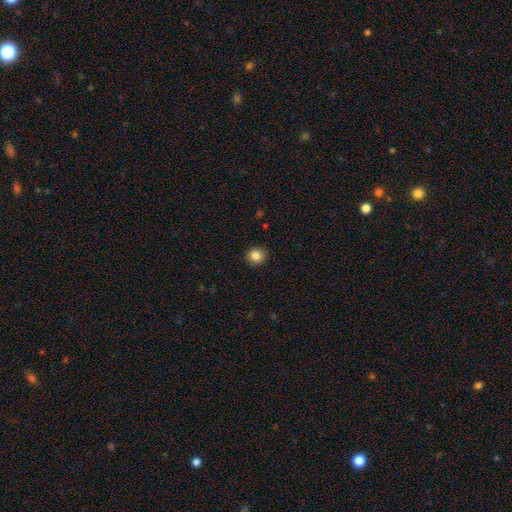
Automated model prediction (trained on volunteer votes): smooth_or_featured: smooth (p=0.85) [alt: star or artifact p=0.10]
how_rounded: round (p=0.87) [alt: in between p=0.12]
merging: none (p=0.92) [alt: minor disturbance p=0.06]